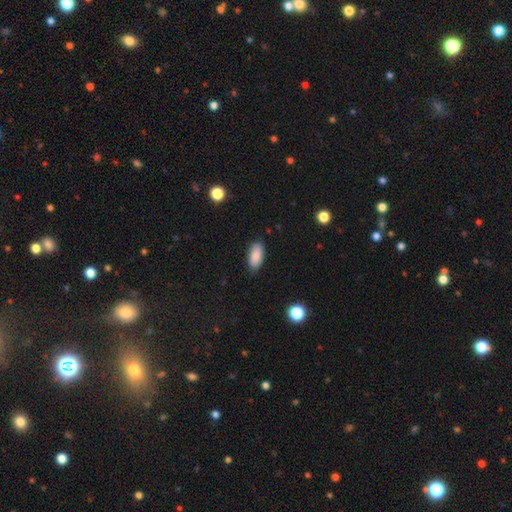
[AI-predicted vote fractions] Smooth or featured: smooth — 88% (star or artifact — 7%)
How rounded: in between — 88% (cigar-shaped — 9%)
Merging: none — 83% (minor disturbance — 13%)